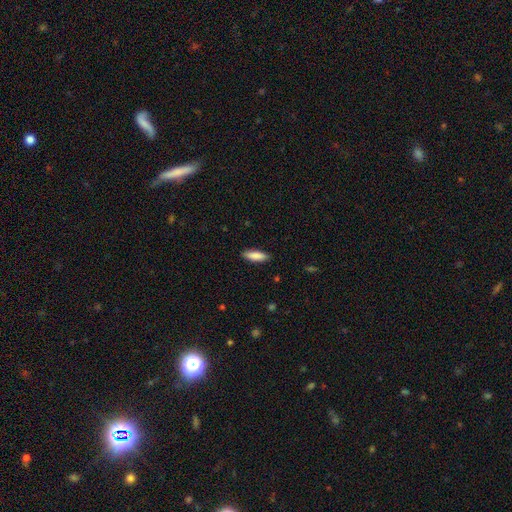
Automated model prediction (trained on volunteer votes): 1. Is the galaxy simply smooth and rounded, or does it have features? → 87% smooth, 7% featured or disk, 6% star or artifact.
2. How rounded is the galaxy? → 52% cigar-shaped, 47% in between, 2% round.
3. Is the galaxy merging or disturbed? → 89% none, 8% minor disturbance, 2% major disturbance, 1% merger.